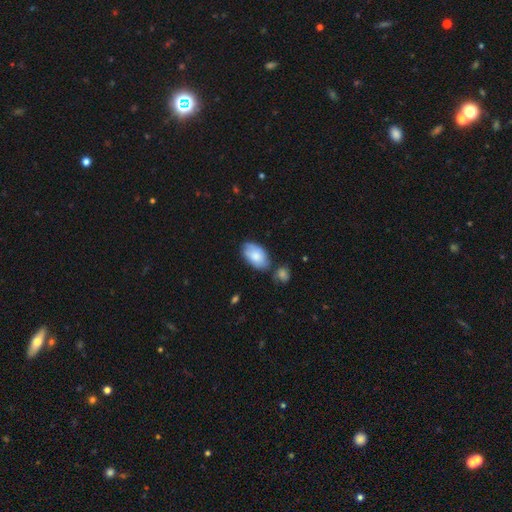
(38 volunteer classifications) A smooth galaxy with no disk features (68%) that is in between round and cigar-shaped (92%). Merging: none (59%).